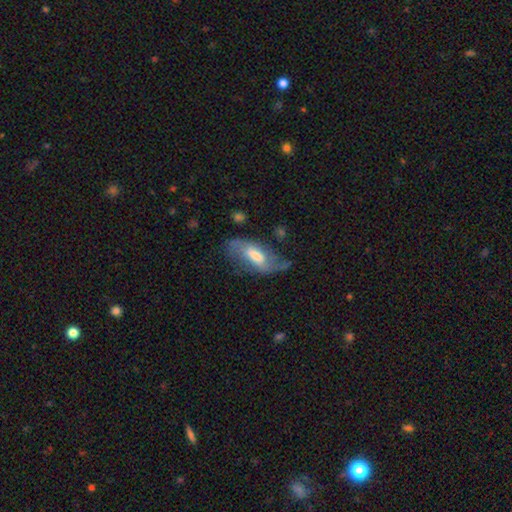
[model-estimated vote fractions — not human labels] Morphology: type=featured or disk (59%); edge-on=no (88%); bar=weak (47%); spiral arms=yes (79%); bulge=moderate (50%); merging=none (53%).